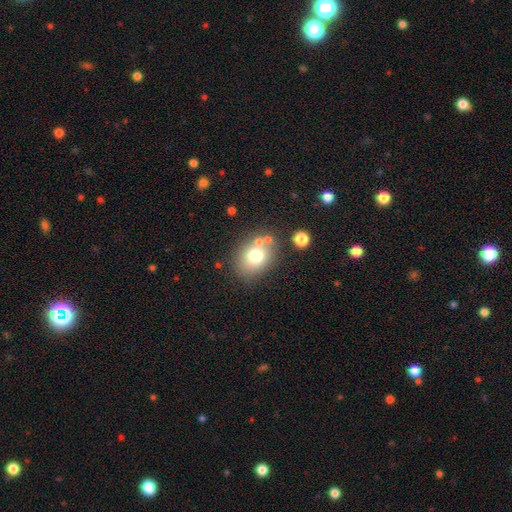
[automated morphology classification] This appears to be a smooth galaxy with no disk features (73%) that is round (52%). Merging: none (67%).